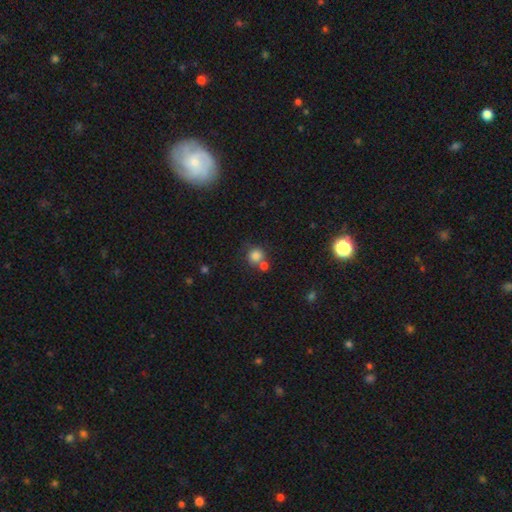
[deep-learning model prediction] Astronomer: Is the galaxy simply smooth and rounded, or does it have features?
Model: smooth — 81%.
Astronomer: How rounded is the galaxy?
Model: round — 89%.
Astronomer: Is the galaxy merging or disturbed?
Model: none — 59%.